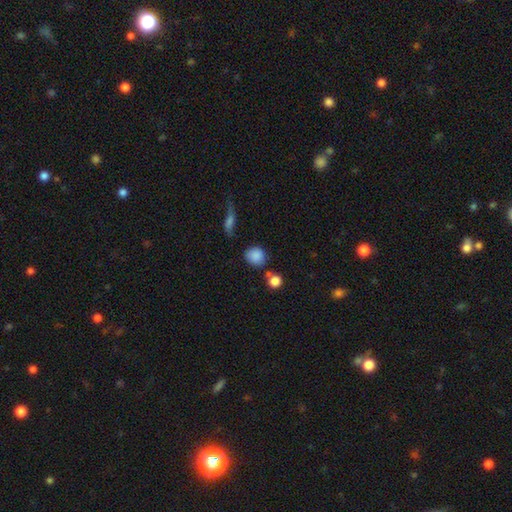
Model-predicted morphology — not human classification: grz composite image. It shows a smooth galaxy with no disk features (85%) that is round (76%). Merging: none (69%).